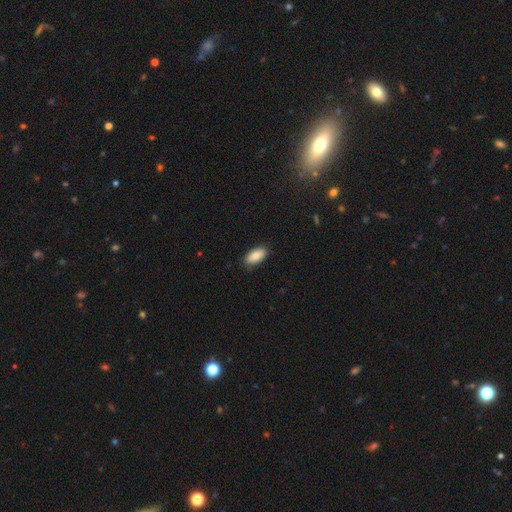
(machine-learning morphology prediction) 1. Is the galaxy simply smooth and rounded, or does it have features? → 85% smooth, 9% featured or disk, 7% star or artifact.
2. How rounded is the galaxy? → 92% in between, 5% cigar-shaped, 3% round.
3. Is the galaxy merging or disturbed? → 85% none, 12% minor disturbance, 2% major disturbance, 1% merger.